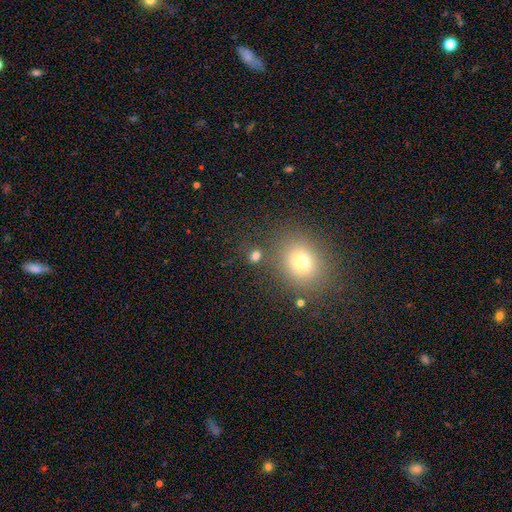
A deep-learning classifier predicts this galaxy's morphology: Smooth or featured? smooth (74%)
How rounded? round (71%)
Merging? none (76%)